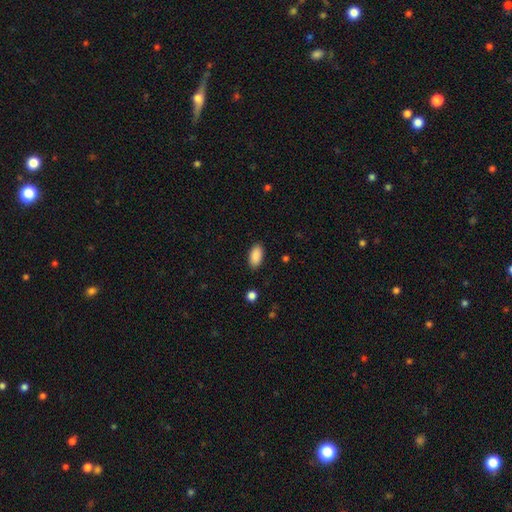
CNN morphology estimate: Smooth or featured?
  - smooth: 90% *
  - star or artifact: 7%
  - featured or disk: 3%
How rounded?
  - in between: 93% *
  - cigar-shaped: 4%
  - round: 3%
Merging?
  - none: 88% *
  - minor disturbance: 8%
  - major disturbance: 2%
  - merger: 1%